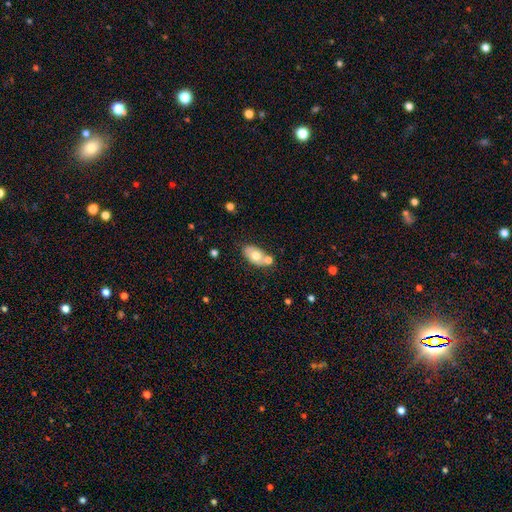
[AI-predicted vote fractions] A smooth galaxy with no disk features (64%) that is in between round and cigar-shaped (91%).

Vote fractions:
- Smooth or featured? smooth: 64% / featured or disk: 29% / star or artifact: 7%
- How rounded? in between: 91% / round: 7% / cigar-shaped: 2%
- Merging? none: 54% / merger: 27% / minor disturbance: 15% / major disturbance: 4%